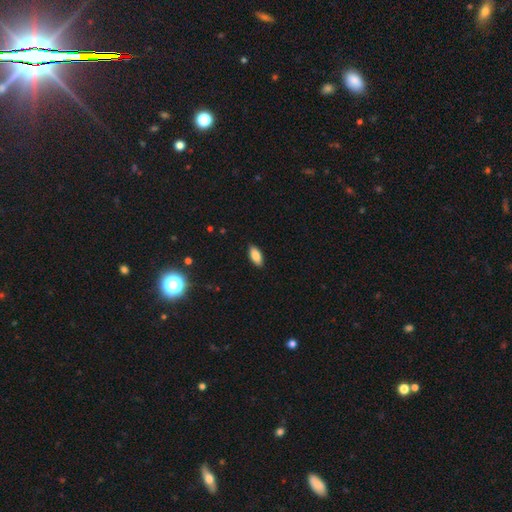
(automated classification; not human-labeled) A smooth galaxy with no disk features (85%) that is in between round and cigar-shaped (87%). Merging: none (89%).